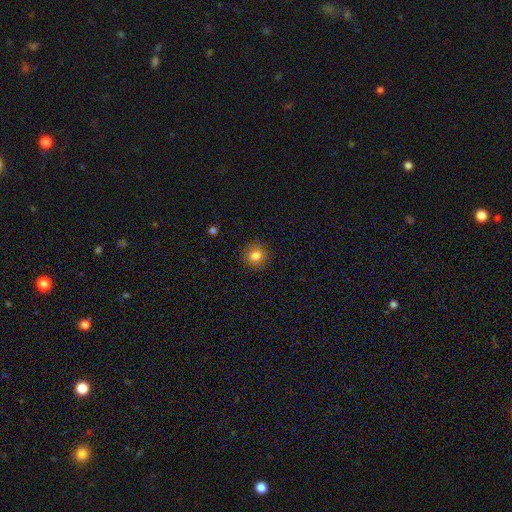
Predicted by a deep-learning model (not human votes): Morphology: type=smooth (82%); roundness=round (87%); merging=none (88%).